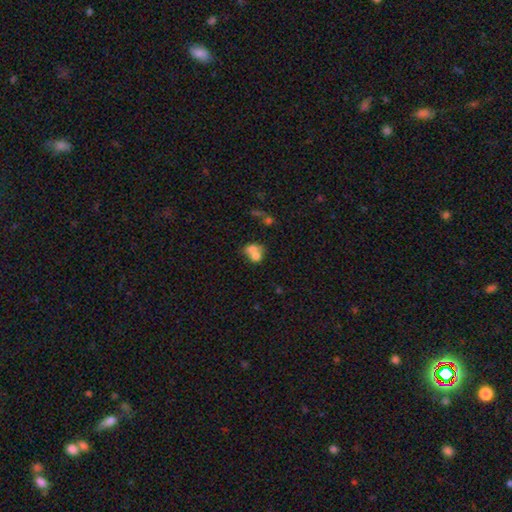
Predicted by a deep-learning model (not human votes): The model was most divided on "how rounded": round: 56%, in between: 42%, cigar-shaped: 1%. More confident: smooth or featured — smooth (69%); merging — merger (69%).